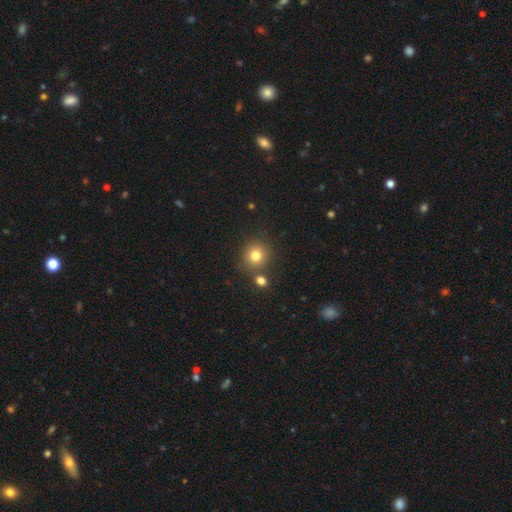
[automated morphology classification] smooth-or-featured: smooth: 79% | star or artifact: 13% | featured or disk: 8%
  how-rounded: round: 89% | in between: 10% | cigar-shaped: 1%
  merging: none: 76% | merger: 13% | minor disturbance: 8% | major disturbance: 3%